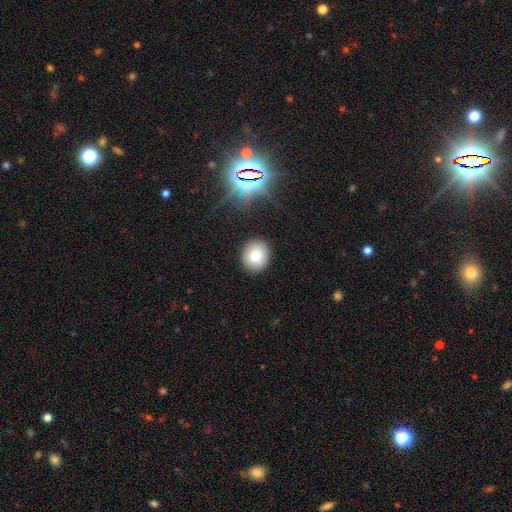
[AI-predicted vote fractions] This appears to be a smooth galaxy with no disk features (83%) that is round (69%). Merging: none (89%).